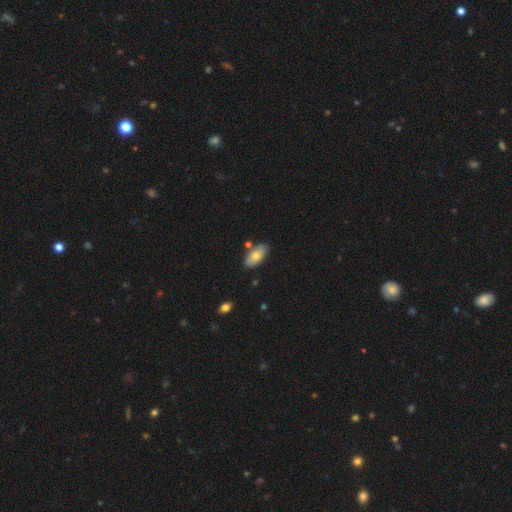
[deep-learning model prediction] The model was most divided on "smooth or featured": smooth: 73%, featured or disk: 21%, star or artifact: 7%. More confident: how rounded — in between (92%); merging — none (82%).